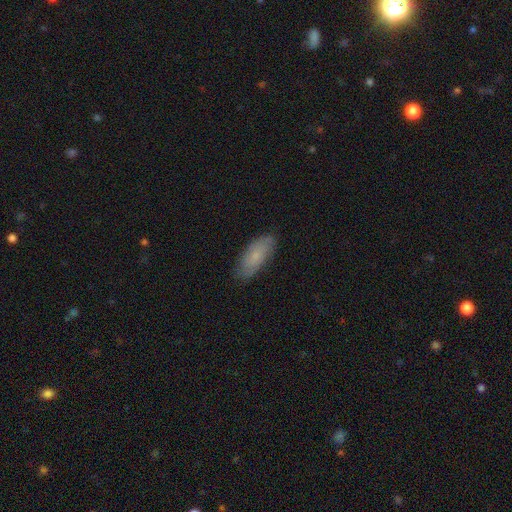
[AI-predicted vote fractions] smooth-or-featured: smooth: 66% | featured or disk: 27% | star or artifact: 7%
  how-rounded: in between: 78% | cigar-shaped: 20% | round: 2%
  merging: none: 82% | minor disturbance: 15% | major disturbance: 3% | merger: 1%